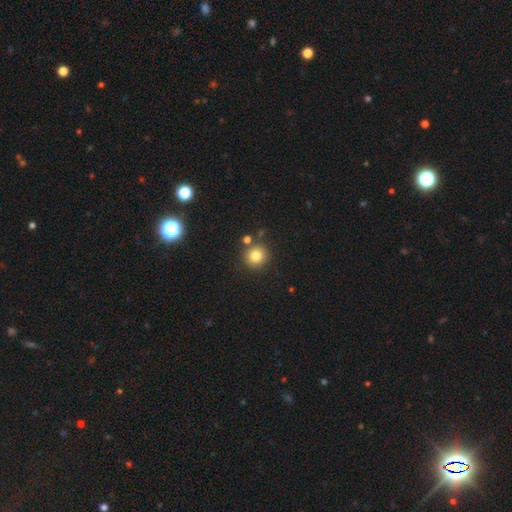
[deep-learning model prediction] This appears to be a smooth galaxy with no disk features (81%) that is round (92%). Merging: none (81%).